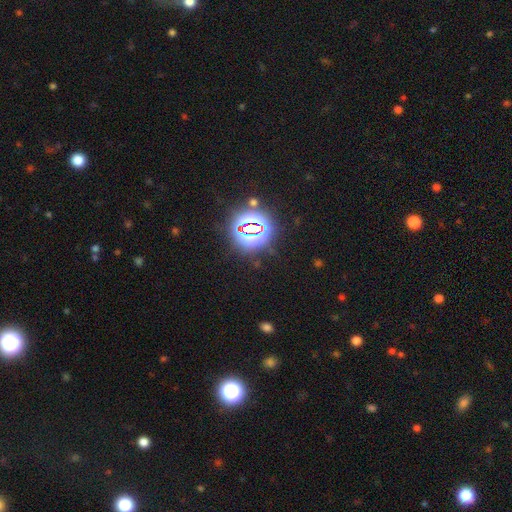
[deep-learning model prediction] Smooth or featured?
  - star or artifact: 79% *
  - smooth: 15%
  - featured or disk: 6%